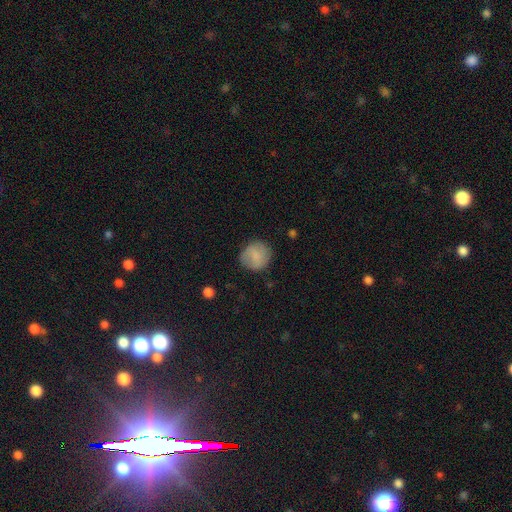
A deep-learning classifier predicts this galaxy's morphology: The model was most divided on "smooth or featured": smooth: 79%, featured or disk: 13%, star or artifact: 7%. More confident: how rounded — round (89%); merging — none (81%).